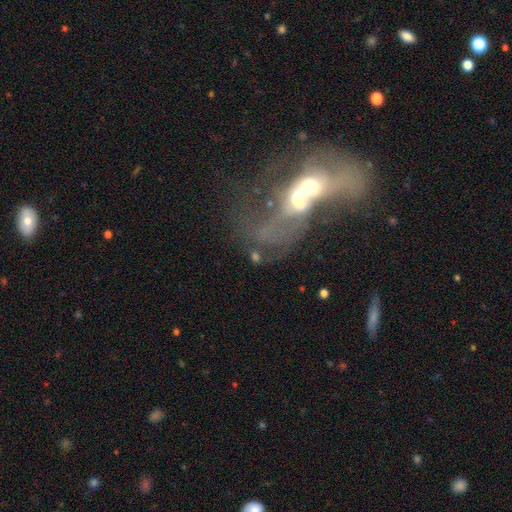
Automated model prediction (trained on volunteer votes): Smooth or featured?
  - featured or disk: 53% *
  - smooth: 31%
  - star or artifact: 16%
Edge-on disk?
  - no: 92% *
  - yes: 8%
Merging?
  - merger: 56% *
  - major disturbance: 26%
  - none: 12%
  - minor disturbance: 7%